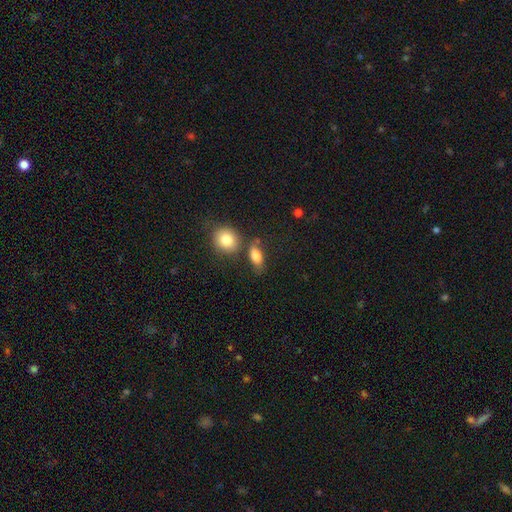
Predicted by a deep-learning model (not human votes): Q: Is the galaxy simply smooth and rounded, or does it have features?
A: smooth — 83%.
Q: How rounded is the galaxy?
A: in between — 79%.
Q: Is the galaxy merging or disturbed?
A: none — 63%.